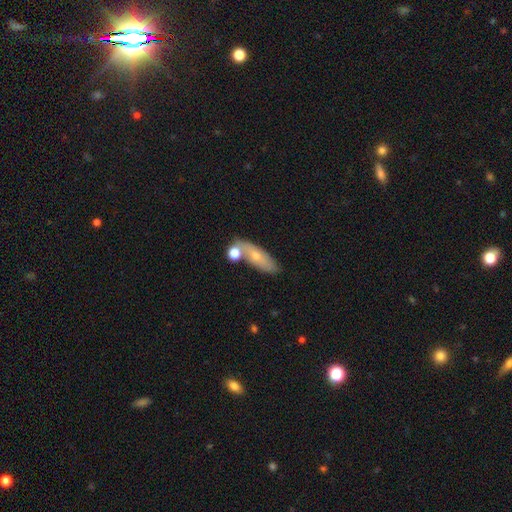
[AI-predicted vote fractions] Q: Smooth or featured?
A: smooth (61%); runner-up: featured or disk (31%)
Q: How rounded?
A: in between (60%); runner-up: cigar-shaped (34%)
Q: Merging?
A: none (58%); runner-up: merger (20%)